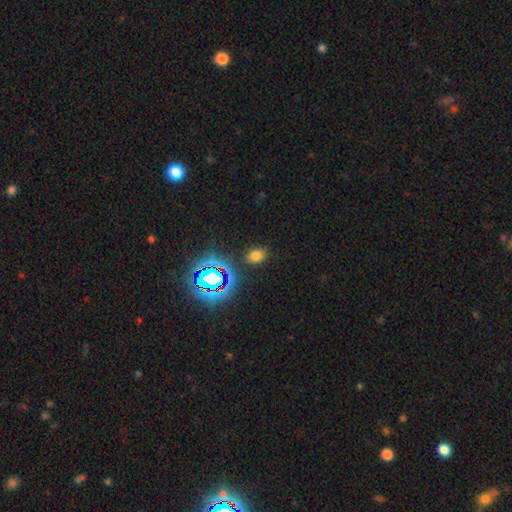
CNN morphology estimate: Smooth or featured? smooth (68%)
How rounded? in between (75%)
Merging? none (85%)